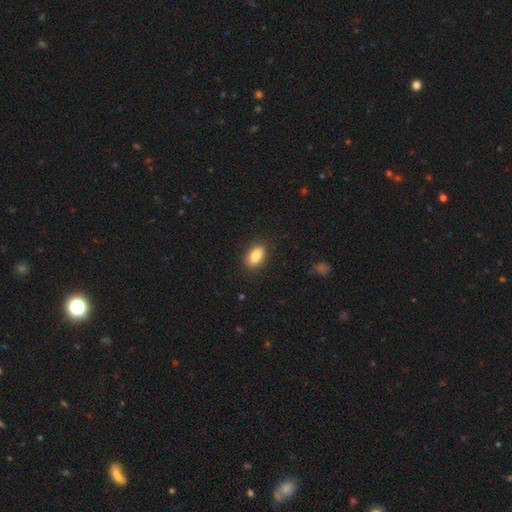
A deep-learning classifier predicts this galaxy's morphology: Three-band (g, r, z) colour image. It shows a smooth galaxy with no disk features (87%) that is in between round and cigar-shaped (90%). Merging: none (87%).